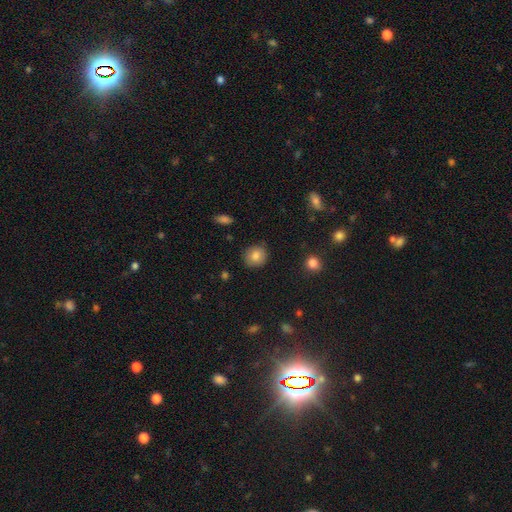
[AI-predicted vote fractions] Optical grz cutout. It shows a smooth galaxy with no disk features (84%) that is round (83%). Merging: none (85%).